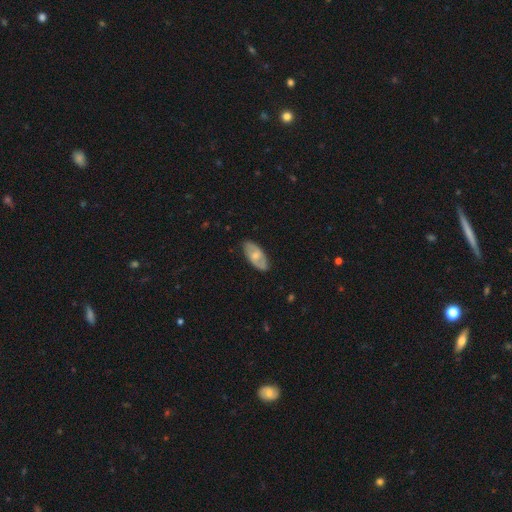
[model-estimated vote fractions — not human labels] A featured or disk galaxy (49%). Merging: none (83%).